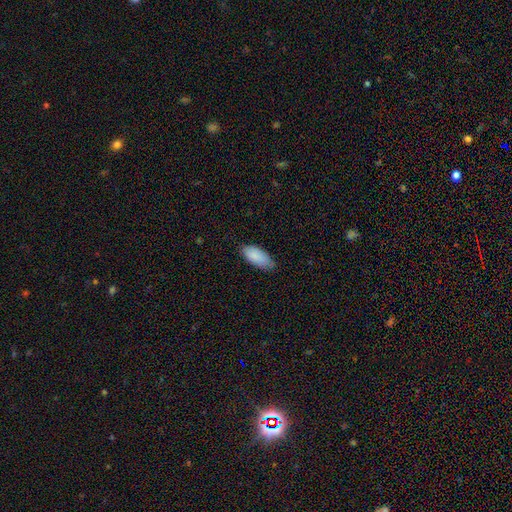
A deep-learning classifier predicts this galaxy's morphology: Overall: smooth (89%). How rounded: in between (89%). Merging: none (70%).